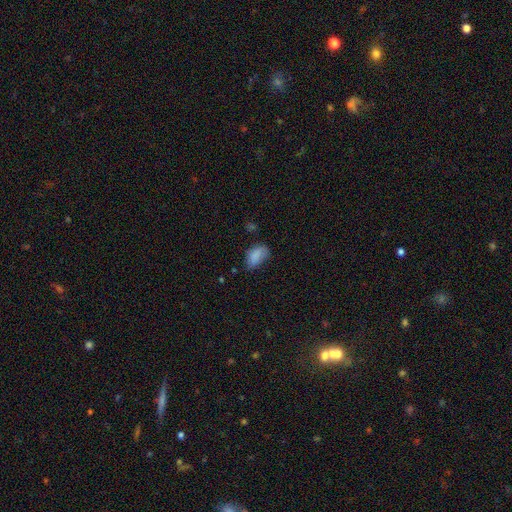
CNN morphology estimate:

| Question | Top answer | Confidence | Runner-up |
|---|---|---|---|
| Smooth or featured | smooth | 83% | star or artifact (9%) |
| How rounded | in between | 91% | round (7%) |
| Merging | none | 52% | minor disturbance (35%) |